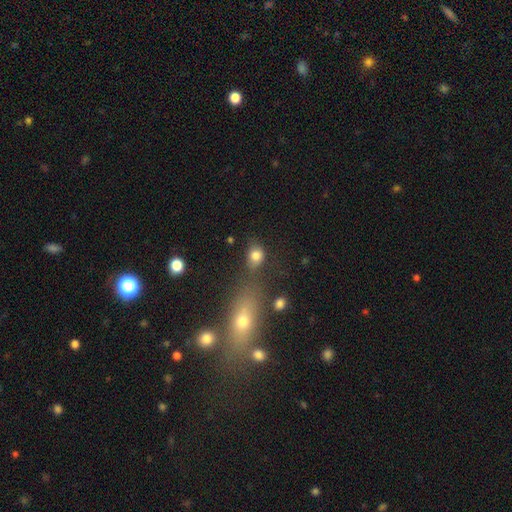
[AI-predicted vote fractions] Smooth or featured?
  - smooth: 80% *
  - star or artifact: 12%
  - featured or disk: 8%
How rounded?
  - in between: 49% * (tied)
  - round: 49% * (tied)
  - cigar-shaped: 2%
Merging?
  - none: 52% *
  - minor disturbance: 19%
  - merger: 17%
  - major disturbance: 11%